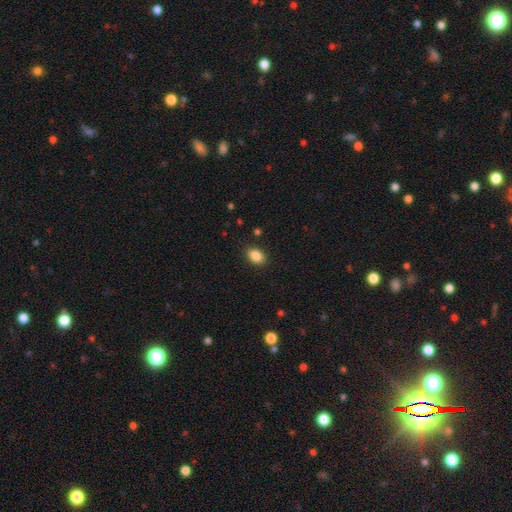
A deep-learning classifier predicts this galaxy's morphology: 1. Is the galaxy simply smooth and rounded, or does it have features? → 87% smooth, 9% star or artifact, 4% featured or disk.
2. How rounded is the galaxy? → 82% in between, 16% round, 1% cigar-shaped.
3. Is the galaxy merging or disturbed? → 88% none, 9% minor disturbance, 2% major disturbance, 1% merger.